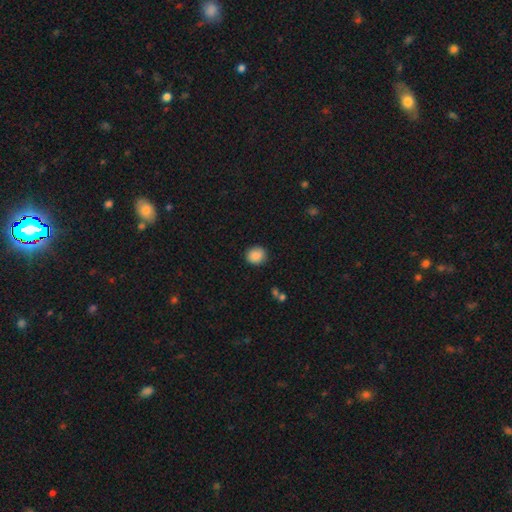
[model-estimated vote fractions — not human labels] A smooth galaxy with no disk features (88%) that is round (87%). Merging: none (90%).